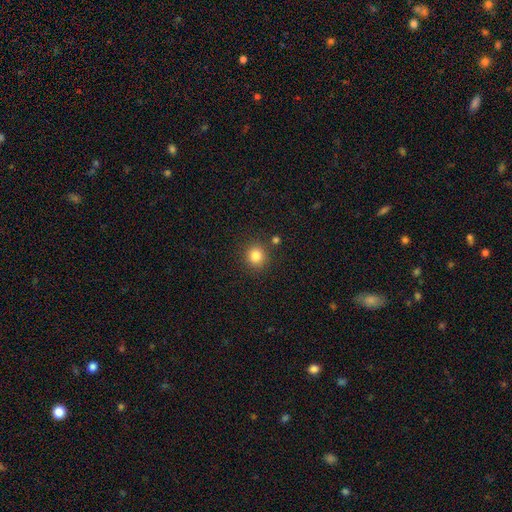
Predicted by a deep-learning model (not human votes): Smooth or featured?
  - smooth: 83% *
  - star or artifact: 12%
  - featured or disk: 5%
How rounded?
  - round: 90% *
  - in between: 9%
  - cigar-shaped: 1%
Merging?
  - none: 85% *
  - minor disturbance: 8%
  - merger: 4%
  - major disturbance: 3%